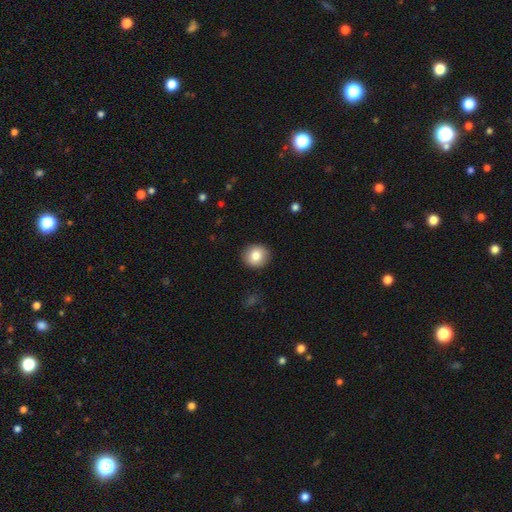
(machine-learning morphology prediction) Smooth or featured? smooth (83%)
How rounded? round (87%)
Merging? none (92%)